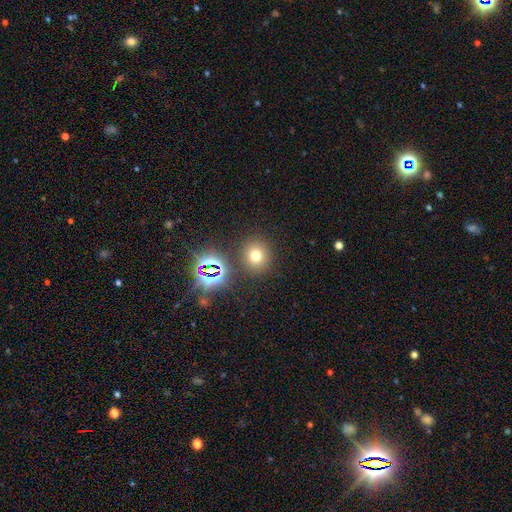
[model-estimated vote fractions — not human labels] Smooth or featured: smooth — 67% (star or artifact — 24%)
How rounded: round — 86% (in between — 13%)
Merging: none — 85% (minor disturbance — 7%)